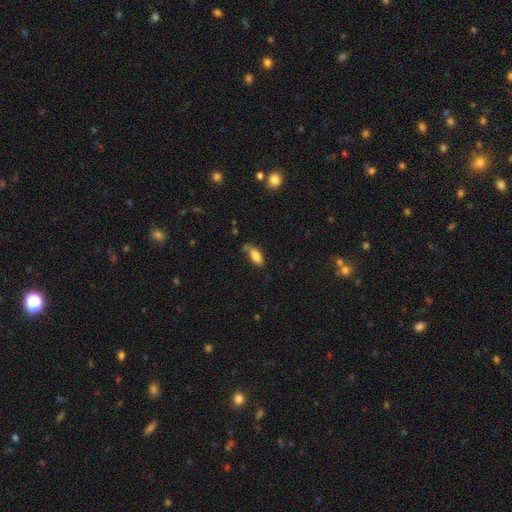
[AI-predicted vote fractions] Smooth or featured: smooth — 83% (featured or disk — 9%)
How rounded: in between — 84% (cigar-shaped — 14%)
Merging: none — 59% (minor disturbance — 27%)